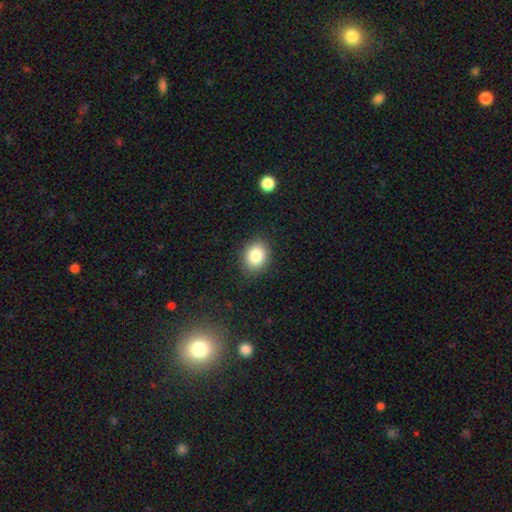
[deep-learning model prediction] Overall: smooth (83%). How rounded: round (52%; in between 47%). Merging: none (86%).